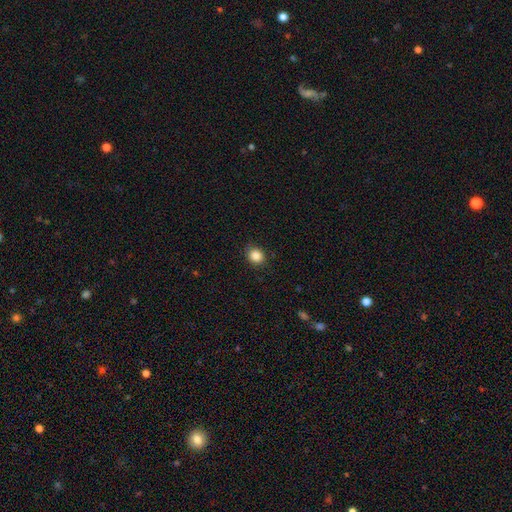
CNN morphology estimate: Smooth or featured? smooth (86%)
How rounded? round (71%)
Merging? none (87%)